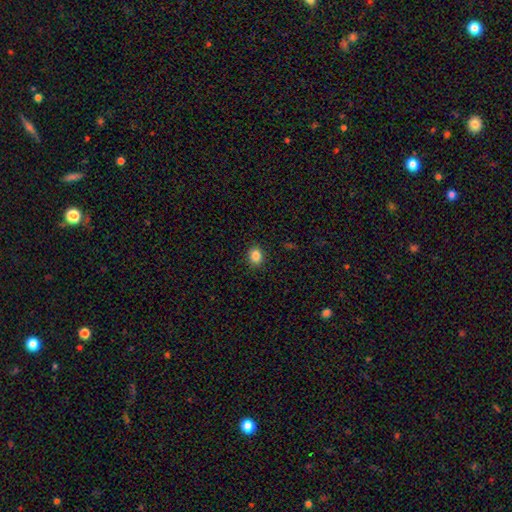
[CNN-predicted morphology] Smooth or featured? Predicted: smooth (p=0.86). How rounded? Predicted: round (p=0.51). Merging? Predicted: none (p=0.89).